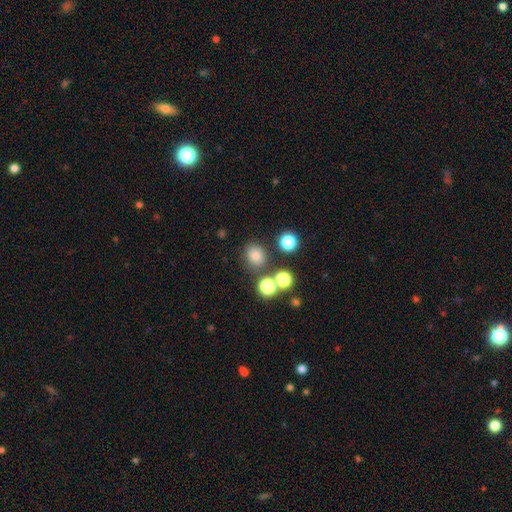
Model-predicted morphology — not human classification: This is likely a smooth galaxy (78%). How rounded: likely round (68%). Merging: likely none (74%).